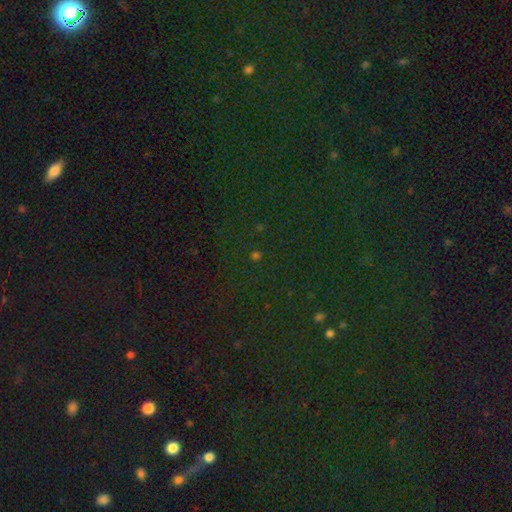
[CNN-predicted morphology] star or artifact 60%, smooth 33%, featured or disk 7%.